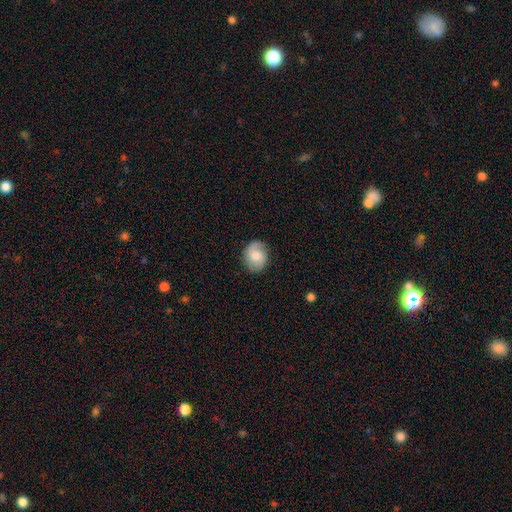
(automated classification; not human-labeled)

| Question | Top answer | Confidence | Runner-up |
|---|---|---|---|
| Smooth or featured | smooth | 66% | featured or disk (27%) |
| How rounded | round | 63% | in between (36%) |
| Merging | none | 77% | minor disturbance (17%) |